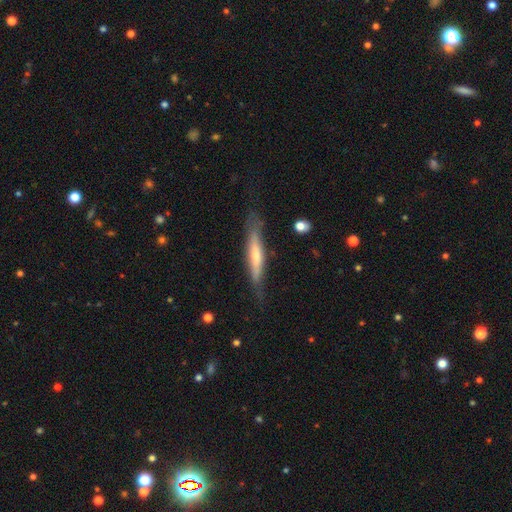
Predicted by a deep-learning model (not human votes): Smooth or featured: smooth — 47% (tied with featured or disk — 47%)
Merging: none — 71% (minor disturbance — 20%)